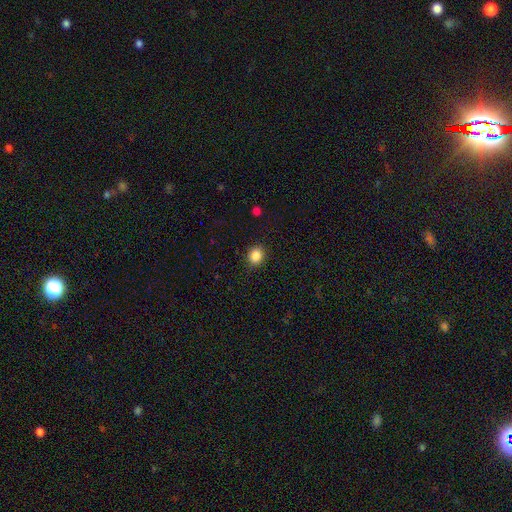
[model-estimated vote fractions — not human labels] Smooth or featured? Predicted: smooth (p=0.86). How rounded? Predicted: round (p=0.70). Merging? Predicted: none (p=0.89).